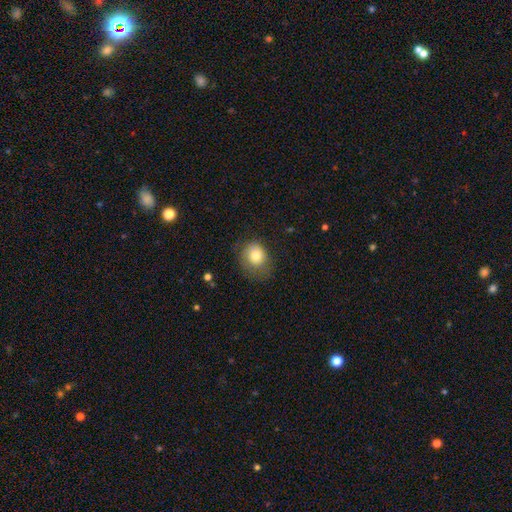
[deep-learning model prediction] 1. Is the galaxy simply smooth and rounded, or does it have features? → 76% smooth, 14% featured or disk, 9% star or artifact.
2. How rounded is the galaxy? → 66% round, 33% in between, 1% cigar-shaped.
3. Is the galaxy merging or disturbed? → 58% none, 27% minor disturbance, 14% major disturbance, 1% merger.